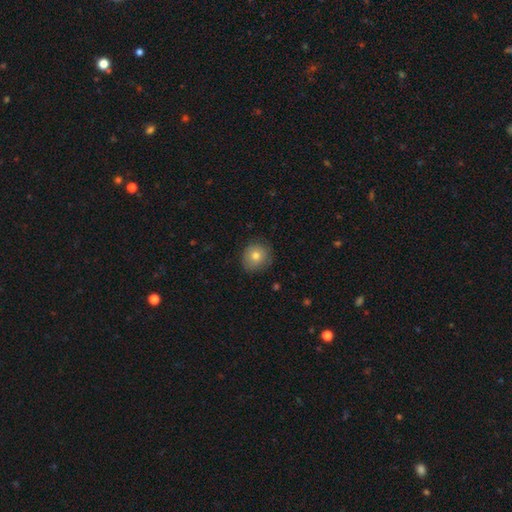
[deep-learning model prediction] smooth-or-featured: smooth: 78% | featured or disk: 13% | star or artifact: 10%
  how-rounded: round: 87% | in between: 12% | cigar-shaped: 1%
  merging: none: 84% | minor disturbance: 13% | major disturbance: 3% | merger: 1%